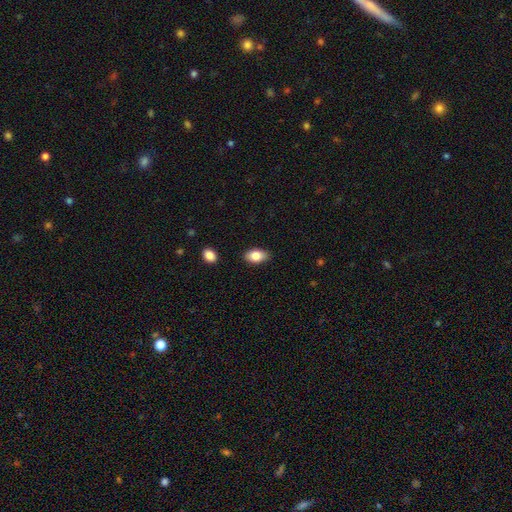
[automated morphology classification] Smooth or featured? smooth (83%)
How rounded? in between (91%)
Merging? none (86%)